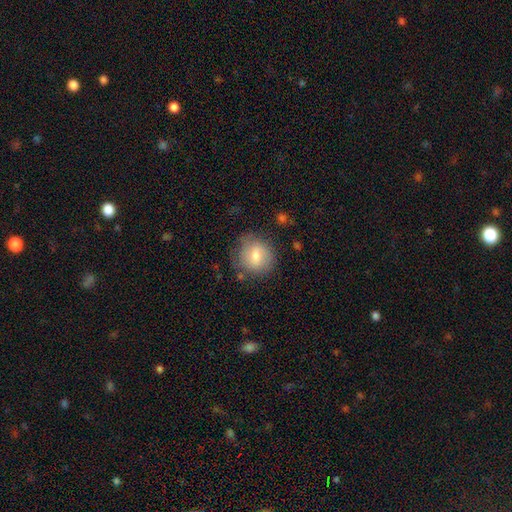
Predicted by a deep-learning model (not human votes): smooth-or-featured: smooth: 71% | featured or disk: 22% | star or artifact: 7%
  how-rounded: round: 81% | in between: 17% | cigar-shaped: 1%
  merging: none: 70% | minor disturbance: 20% | major disturbance: 8% | merger: 2%